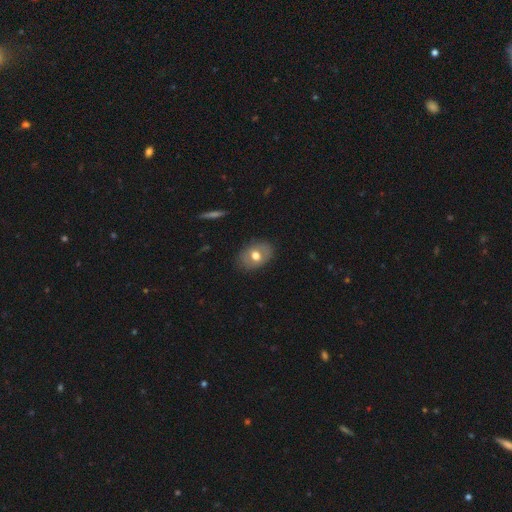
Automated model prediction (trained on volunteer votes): This is likely a smooth galaxy (60%). How rounded: likely in between (70%). Merging: clearly none (83%).